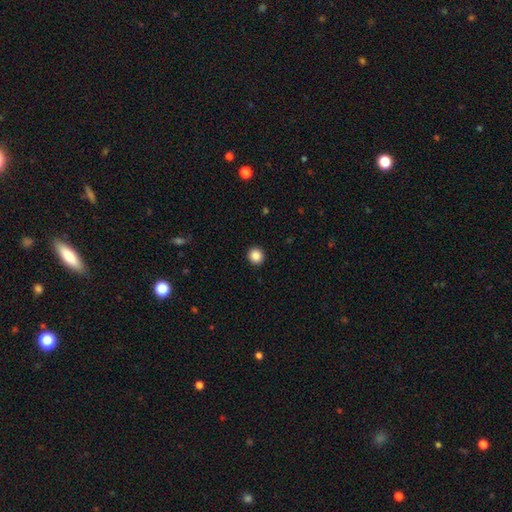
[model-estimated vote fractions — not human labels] smooth 87%, star or artifact 9%, featured or disk 3%. Down the decision tree: how rounded — round (92%); merging — none (93%).